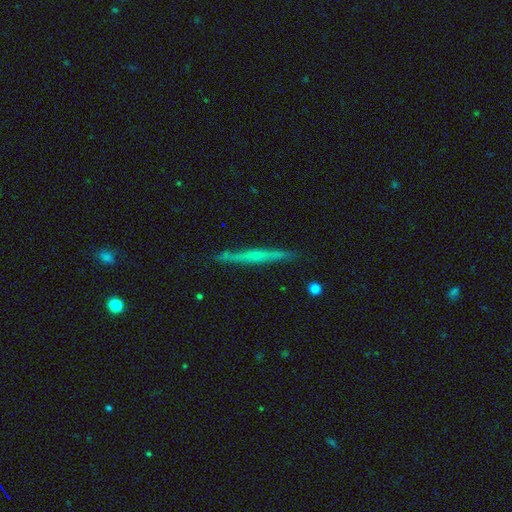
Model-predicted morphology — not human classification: Smooth or featured: featured or disk — 63% (smooth — 30%)
Edge-on disk: yes — 97% (no — 3%)
Edge-on bulge: none — 58% (rounded — 35%)
Merging: none — 89% (minor disturbance — 8%)